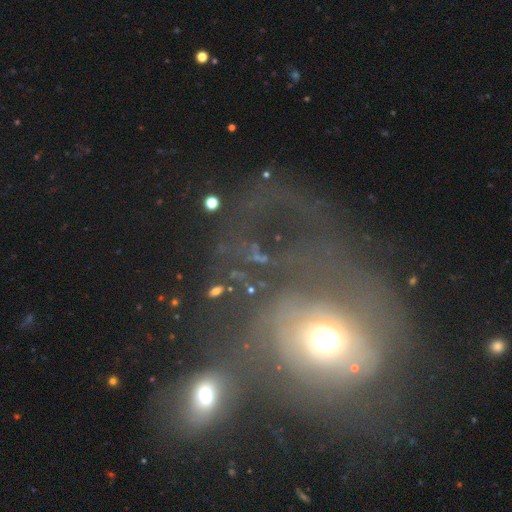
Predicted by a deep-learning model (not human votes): smooth_or_featured: featured or disk (p=0.45) [alt: smooth p=0.35]
merging: major disturbance (p=0.37) [alt: merger p=0.28]